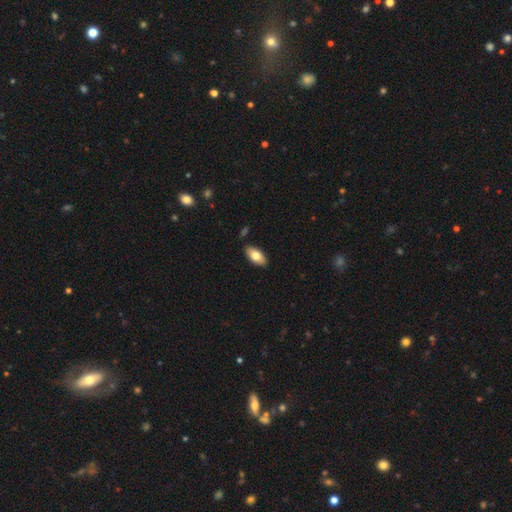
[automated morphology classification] Smooth or featured? smooth (76%)
How rounded? in between (93%)
Merging? none (88%)